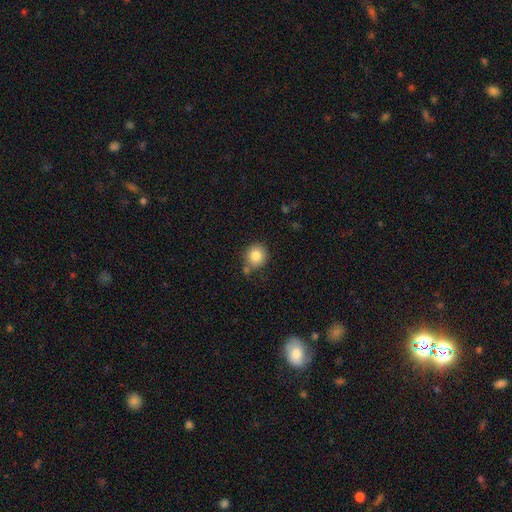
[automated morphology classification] A smooth galaxy with no disk features (83%) that is round (90%). Merging: none (72%).